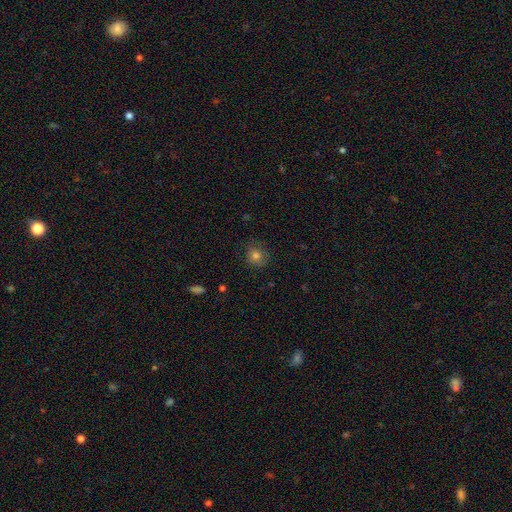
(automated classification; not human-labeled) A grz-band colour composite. It shows a smooth galaxy with no disk features (79%) that is round (86%). Merging: none (81%).